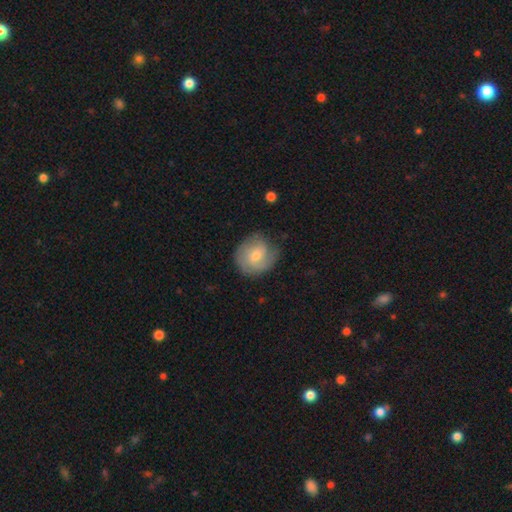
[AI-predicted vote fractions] featured or disk 52%, smooth 42%, star or artifact 6%. Down the decision tree: edge-on disk — no (97%); bar — no (58%); spiral arms — yes (82%); bulge size — small (49%); merging — none (67%).